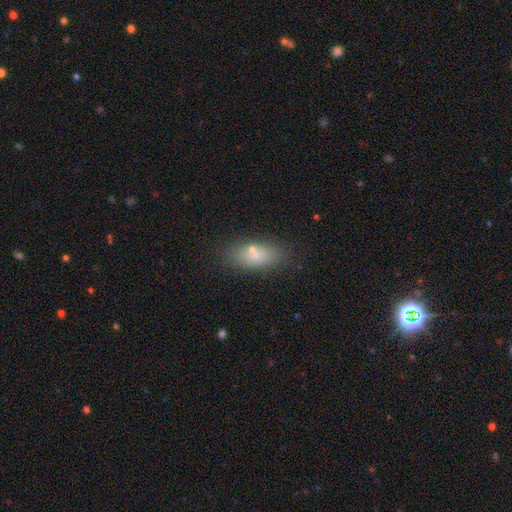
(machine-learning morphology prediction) Smooth or featured? Predicted: smooth (p=0.72). How rounded? Predicted: in between (p=0.78). Merging? Predicted: none (p=0.74).